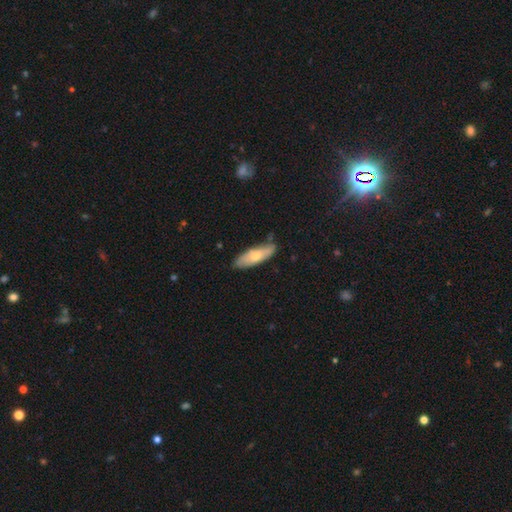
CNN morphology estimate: This appears to be a smooth galaxy with no disk features (67%) that is in between round and cigar-shaped (56%). Merging: none (73%).